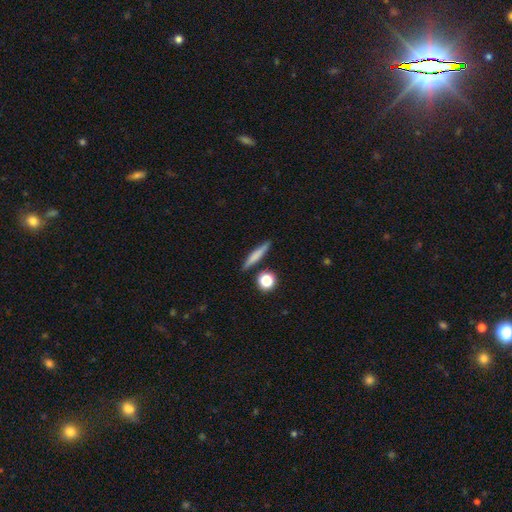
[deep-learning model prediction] This is likely a smooth galaxy (64%). How rounded: clearly cigar-shaped (84%). Merging: clearly none (83%).